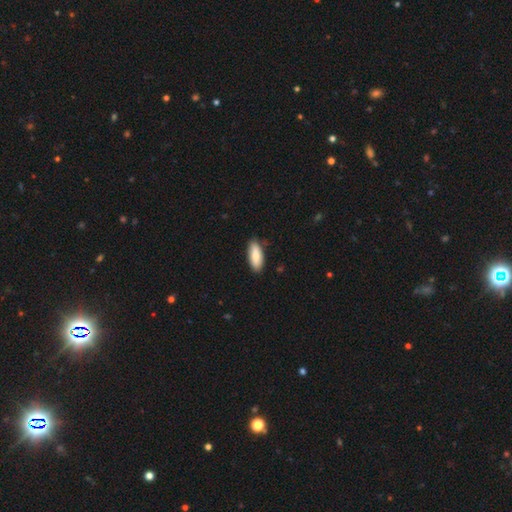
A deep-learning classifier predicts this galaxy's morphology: Overall: smooth (81%). How rounded: in between (77%). Merging: none (86%).